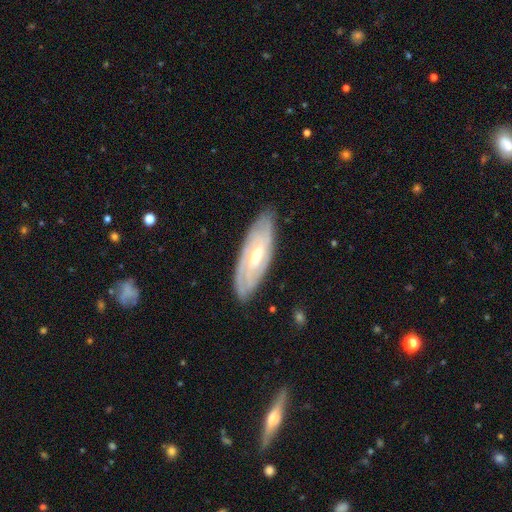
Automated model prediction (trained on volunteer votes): A featured or disk galaxy (81%) with a weak bar (44%), tight (71%) spiral arms (92%) and a small central bulge (54%). Merging: none (83%).